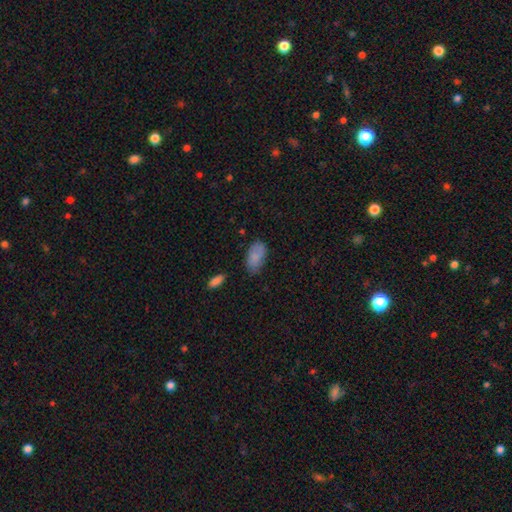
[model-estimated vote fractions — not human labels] Smooth or featured?
  - smooth: 85% *
  - featured or disk: 8%
  - star or artifact: 7%
How rounded?
  - in between: 94% *
  - round: 3%
  - cigar-shaped: 3%
Merging?
  - none: 72% *
  - minor disturbance: 21%
  - major disturbance: 5%
  - merger: 2%